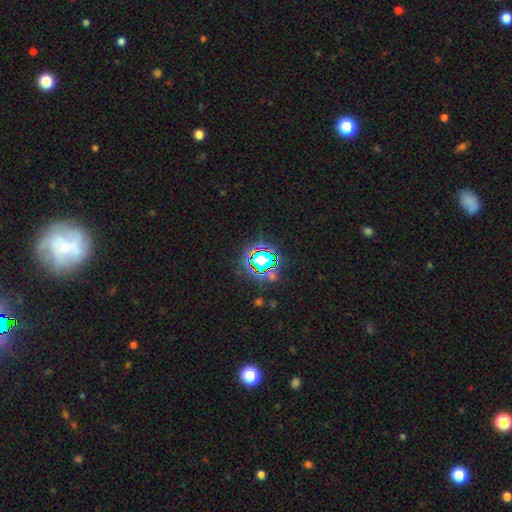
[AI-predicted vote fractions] Morphology: type=star or artifact (64%).